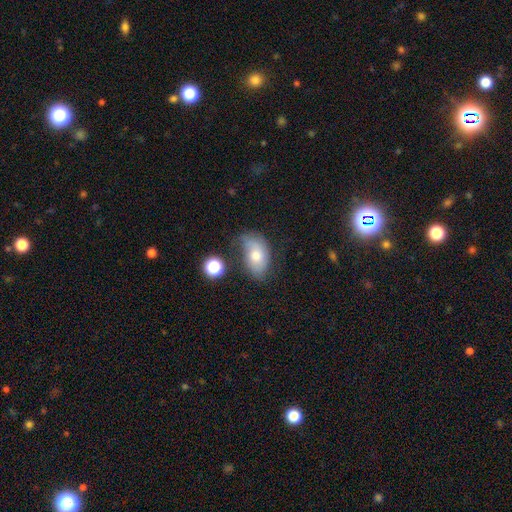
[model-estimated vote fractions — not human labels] smooth_or_featured: smooth (p=0.54) [alt: featured or disk p=0.33]
how_rounded: in between (p=0.87) [alt: round p=0.10]
merging: none (p=0.47) [alt: minor disturbance p=0.32]